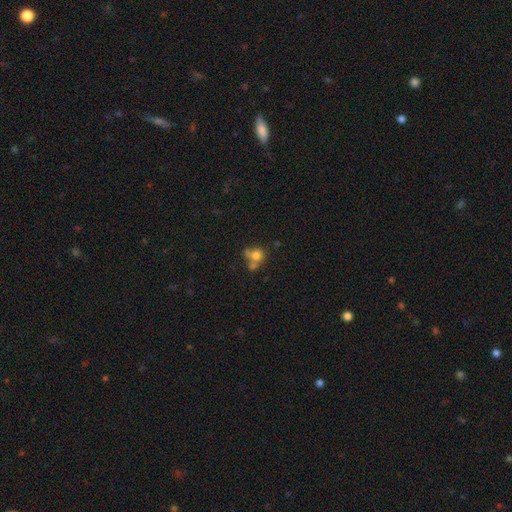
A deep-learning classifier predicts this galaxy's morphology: Smooth or featured? smooth (73%)
How rounded? round (80%)
Merging? merger (44%)